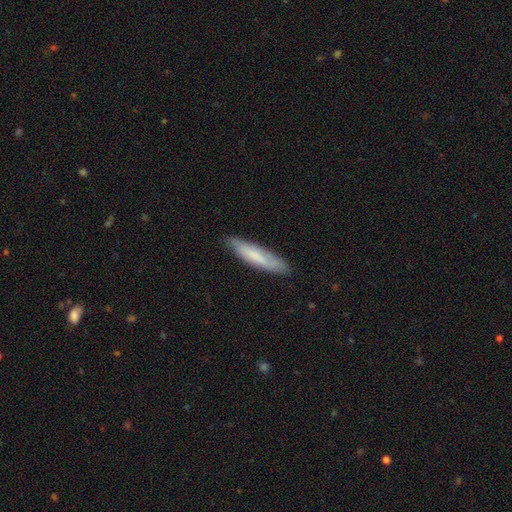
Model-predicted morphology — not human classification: A smooth galaxy with no disk features (67%) that is cigar-shaped (81%).

Vote fractions:
- Smooth or featured? smooth: 67% / featured or disk: 27% / star or artifact: 6%
- How rounded? cigar-shaped: 81% / in between: 18% / round: 1%
- Merging? none: 79% / minor disturbance: 17% / major disturbance: 3% / merger: 1%